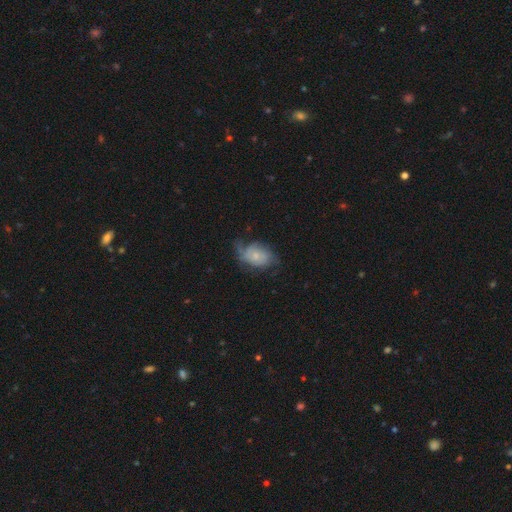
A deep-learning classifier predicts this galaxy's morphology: A featured or disk galaxy (53%) with no bar (78%), spiral arms (80%) and a small central bulge (59%).

Vote fractions:
- Smooth or featured? featured or disk: 53% / smooth: 39% / star or artifact: 8%
- Edge-on disk? no: 96% / yes: 4%
- Bar? no: 78% / weak: 19% / strong: 3%
- Spiral arms? yes: 80% / no: 20%
- Bulge size? small: 59% / moderate: 29% / none: 6% / large: 3% / dominant: 1%
- Merging? none: 45% / minor disturbance: 31% / major disturbance: 22% / merger: 2%